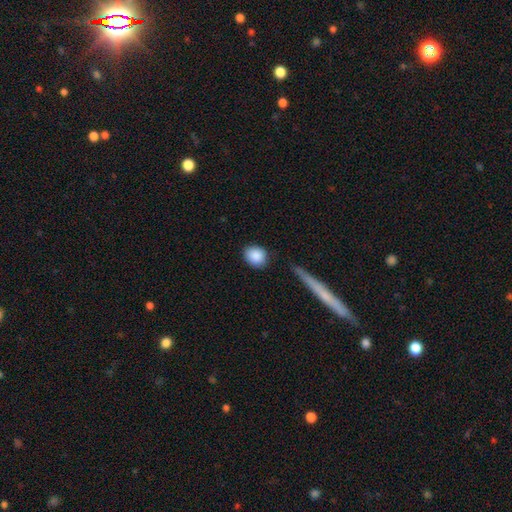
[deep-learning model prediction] The model was most divided on "how rounded": round: 74%, in between: 24%, cigar-shaped: 2%. More confident: smooth or featured — smooth (88%); merging — none (84%).